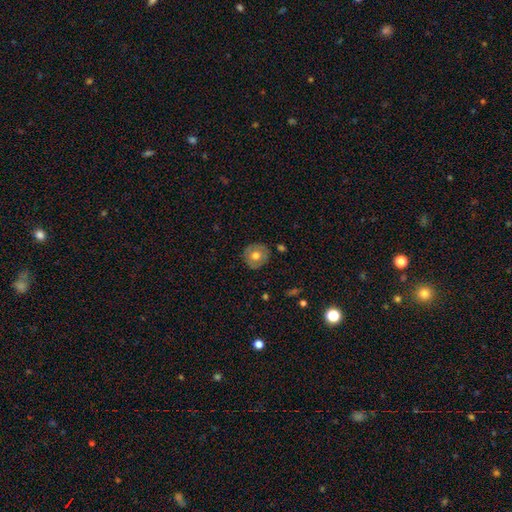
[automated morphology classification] Smooth or featured: smooth — 62% (featured or disk — 30%)
How rounded: round — 89% (in between — 10%)
Merging: none — 86% (minor disturbance — 10%)